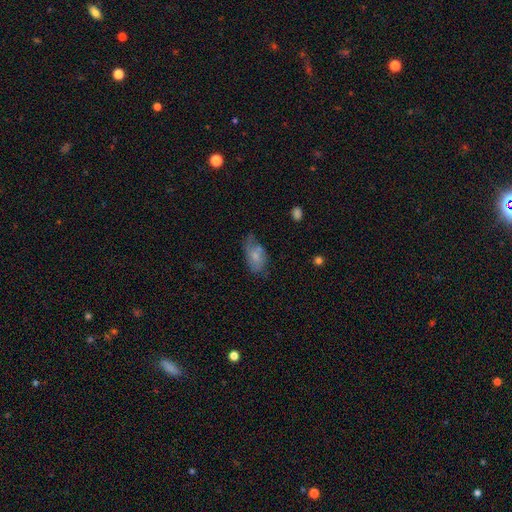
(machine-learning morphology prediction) Overall: smooth (65%; featured or disk 28%). How rounded: in between (91%). Merging: none (50%; minor disturbance 31%).